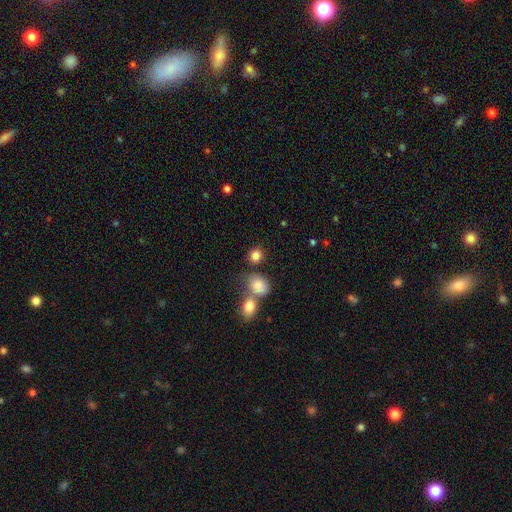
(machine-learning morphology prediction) This appears to be a smooth galaxy with no disk features (83%) that is round (76%). Merging: none (64%).